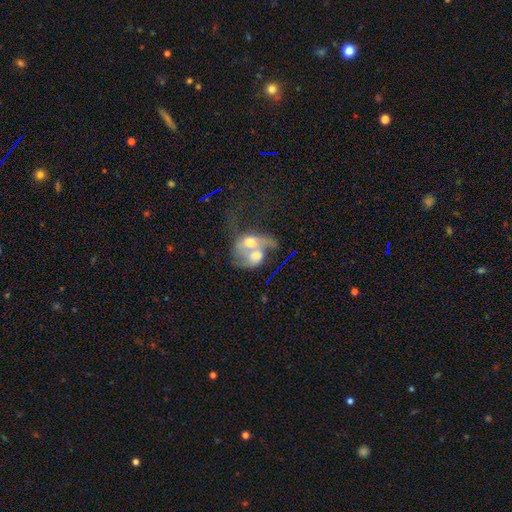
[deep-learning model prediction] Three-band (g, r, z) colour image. It shows a featured or disk galaxy (47%). Merging: merger (79%).